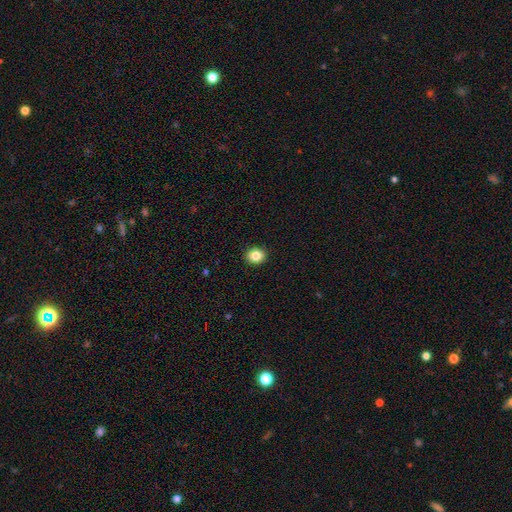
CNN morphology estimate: A smooth galaxy with no disk features (84%) that is round (69%).

Vote fractions:
- Smooth or featured? smooth: 84% / star or artifact: 10% / featured or disk: 6%
- How rounded? round: 69% / in between: 30% / cigar-shaped: 1%
- Merging? none: 92% / minor disturbance: 6% / major disturbance: 2% / merger: 1%